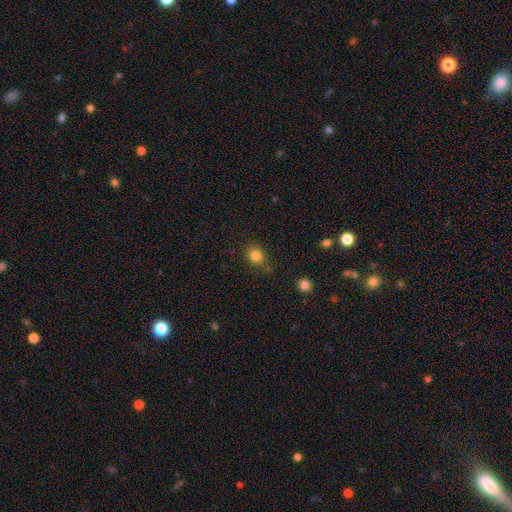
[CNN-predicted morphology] smooth_or_featured: smooth (p=0.83) [alt: star or artifact p=0.11]
how_rounded: round (p=0.63) [alt: in between p=0.36]
merging: none (p=0.76) [alt: minor disturbance p=0.16]